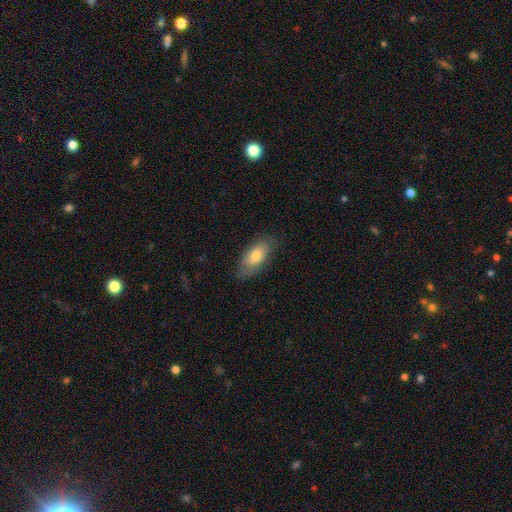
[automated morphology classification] Q: Smooth or featured?
A: smooth (76%); runner-up: featured or disk (18%)
Q: How rounded?
A: in between (87%); runner-up: cigar-shaped (10%)
Q: Merging?
A: none (81%); runner-up: minor disturbance (15%)